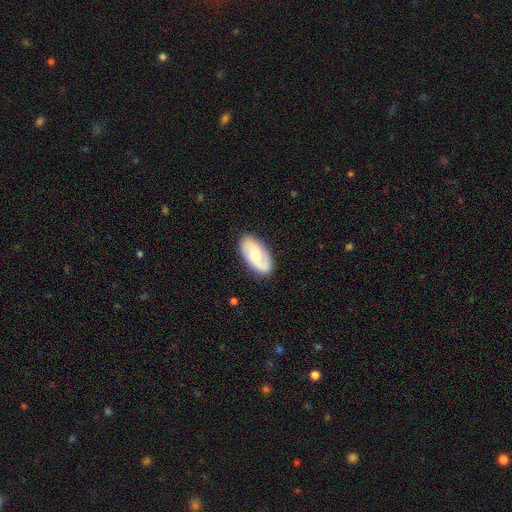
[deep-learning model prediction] Smooth or featured: featured or disk — 61% (smooth — 34%)
Edge-on disk: no — 95% (yes — 5%)
Bar: no — 58% (weak — 35%)
Spiral arms: yes — 90% (no — 10%)
Spiral winding: medium — 43% (tight — 28%)
Spiral arm count: 2 — 80% (can't tell — 9%)
Bulge size: moderate — 52% (small — 32%)
Merging: none — 84% (minor disturbance — 12%)